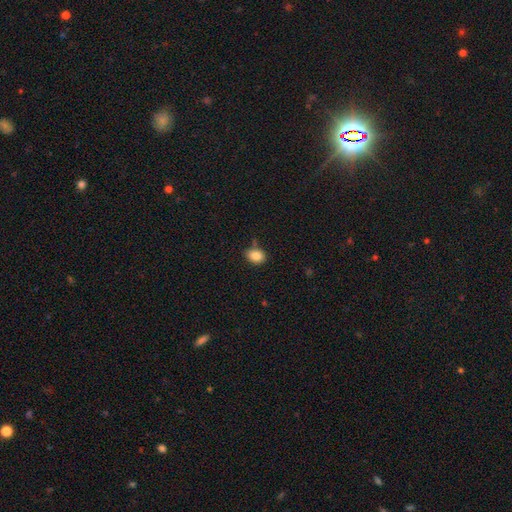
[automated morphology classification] type=smooth (85%); roundness=in between (65%); merging=none (75%).